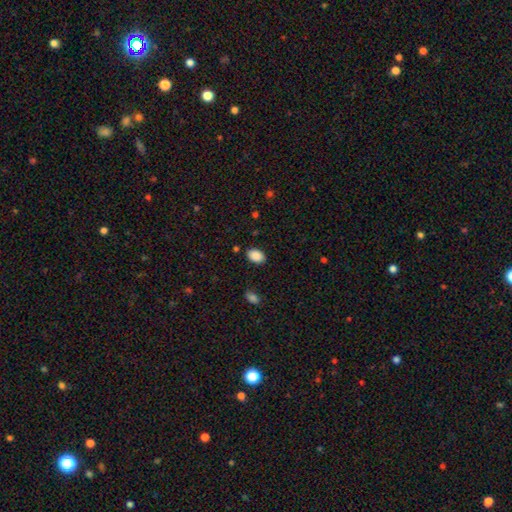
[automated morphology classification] Overall: smooth (89%). How rounded: in between (87%). Merging: none (85%).